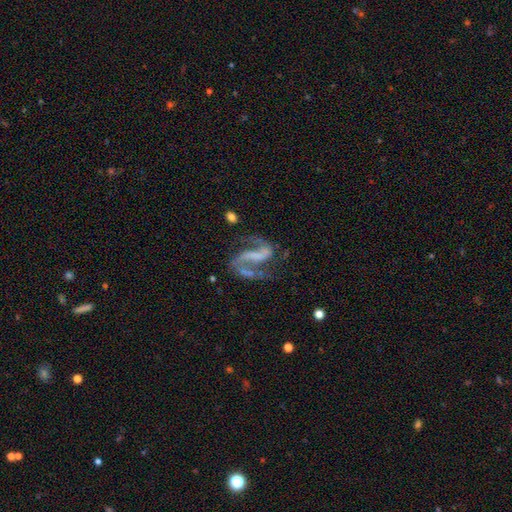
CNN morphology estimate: This is clearly a featured or disk galaxy (89%). It is clearly not viewed edge-on (98%). Bar: possibly strong (53%). Spiral arm pattern: clearly yes (96%). Spiral arm count: clearly 2 (92%). Spiral winding: possibly medium (46%). Central bulge: likely none (61%). Merging: possibly none (59%).